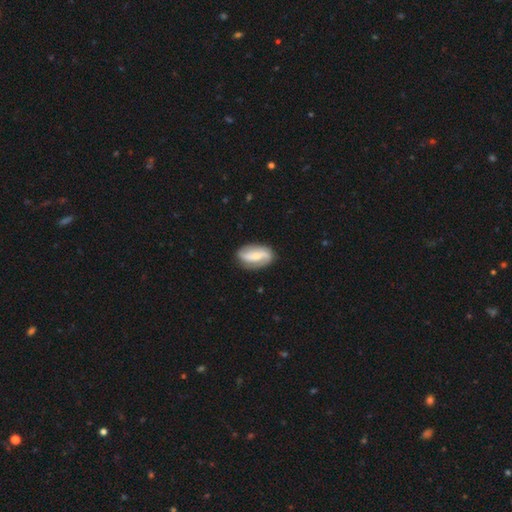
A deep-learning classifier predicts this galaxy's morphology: This is likely a featured or disk galaxy (74%). It is clearly not viewed edge-on (95%). Bar: marginally strong (39%). Spiral arm pattern: clearly yes (91%). Spiral arm count: clearly 2 (89%). Spiral winding: possibly loose (55%). Central bulge: possibly small (53%). Merging: clearly none (82%).